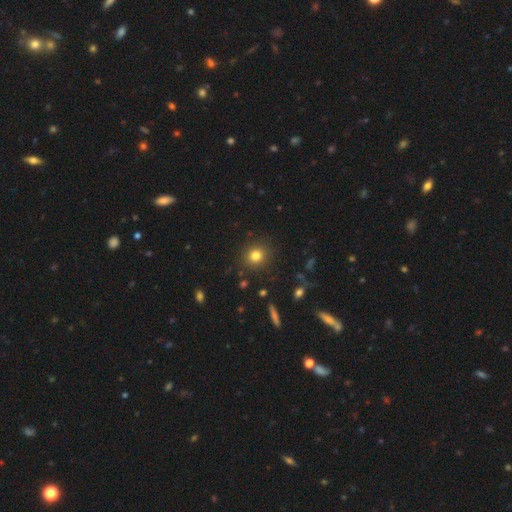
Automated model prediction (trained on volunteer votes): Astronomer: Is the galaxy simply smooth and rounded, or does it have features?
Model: smooth — 81%.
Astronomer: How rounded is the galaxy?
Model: round — 87%.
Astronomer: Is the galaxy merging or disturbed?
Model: none — 89%.